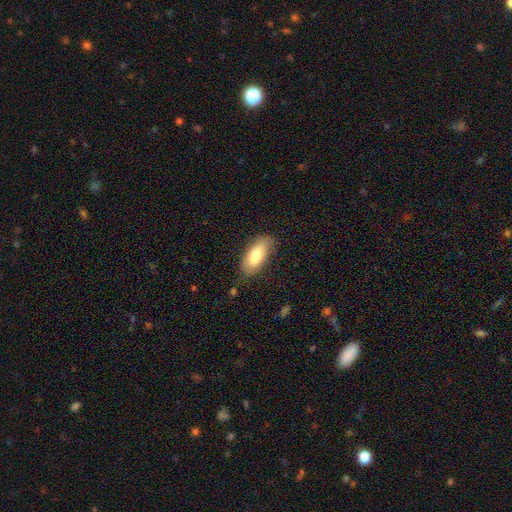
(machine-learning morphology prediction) Smooth or featured? smooth (79%)
How rounded? in between (85%)
Merging? none (78%)